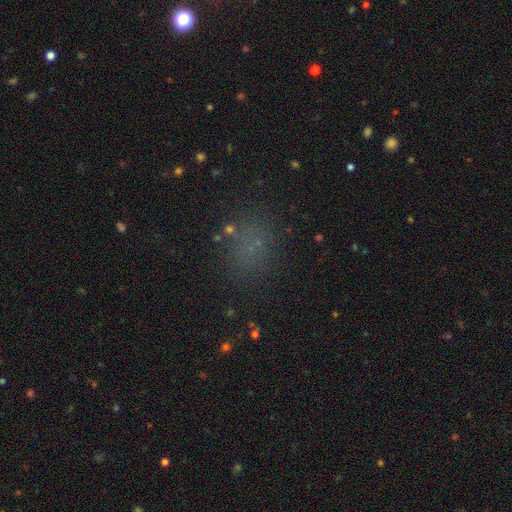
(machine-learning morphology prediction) This is likely a smooth galaxy (60%). How rounded: possibly round (55%). Merging: likely none (76%).